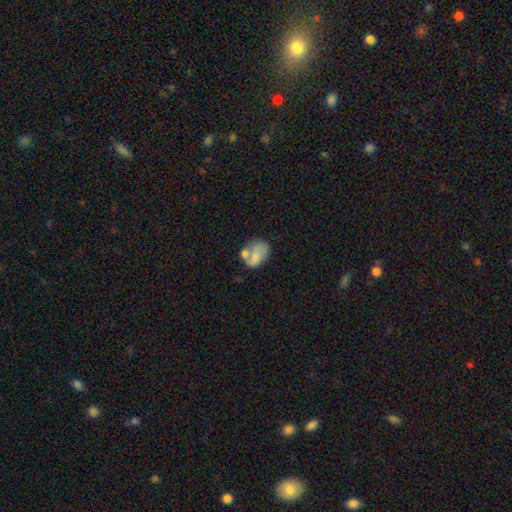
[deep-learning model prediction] Smooth or featured? Predicted: smooth (p=0.63). How rounded? Predicted: in between (p=0.76). Merging? Predicted: none (p=0.32).